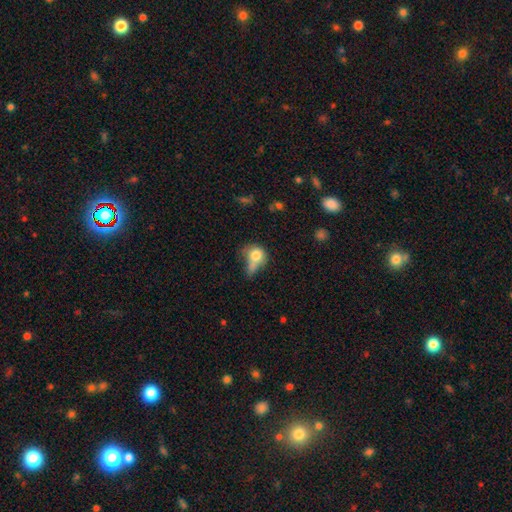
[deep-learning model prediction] smooth 75%, featured or disk 15%, star or artifact 10%. Down the decision tree: how rounded — round (56%); merging — merger (28%).